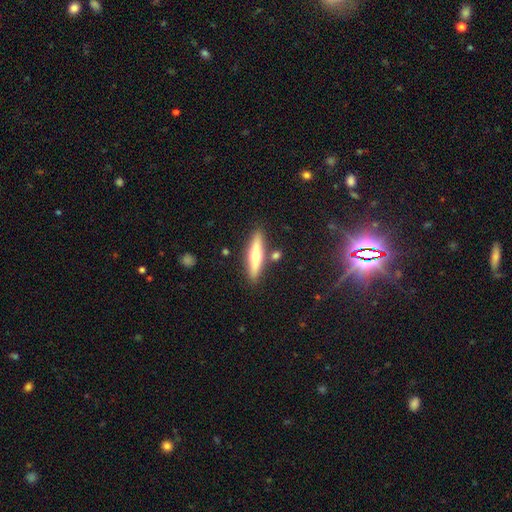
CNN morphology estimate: type=featured or disk (51%); edge-on=yes (93%); merging=none (83%).